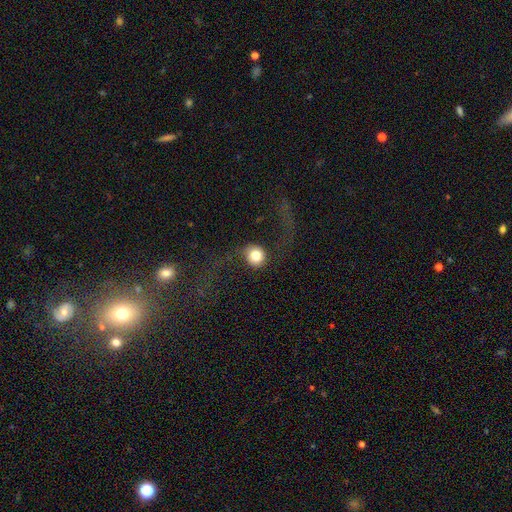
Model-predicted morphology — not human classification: A smooth galaxy with no disk features (68%) that is round (91%).

Vote fractions:
- Smooth or featured? smooth: 68% / featured or disk: 22% / star or artifact: 10%
- How rounded? round: 91% / in between: 7% / cigar-shaped: 1%
- Merging? none: 59% / major disturbance: 25% / minor disturbance: 12% / merger: 3%